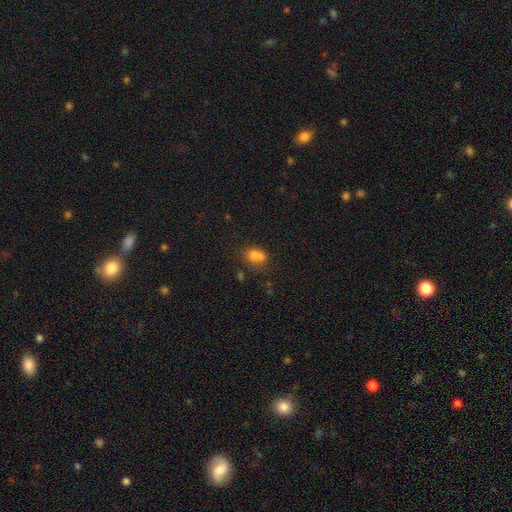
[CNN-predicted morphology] Smooth or featured: smooth — 70% (featured or disk — 17%)
How rounded: round — 53% (in between — 45%)
Merging: merger — 53% (none — 31%)